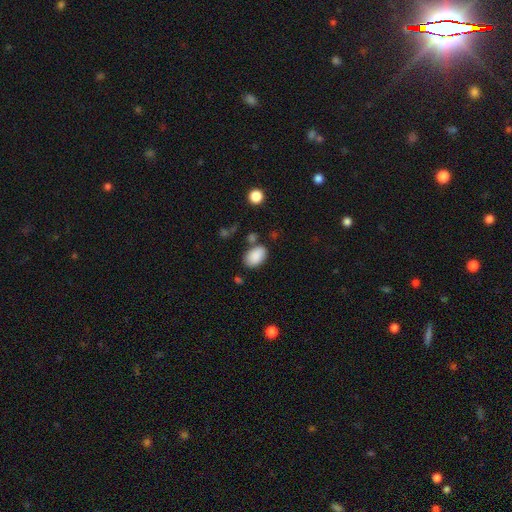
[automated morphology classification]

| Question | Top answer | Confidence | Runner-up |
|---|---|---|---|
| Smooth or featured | smooth | 88% | star or artifact (8%) |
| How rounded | in between | 89% | round (10%) |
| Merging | none | 72% | minor disturbance (16%) |